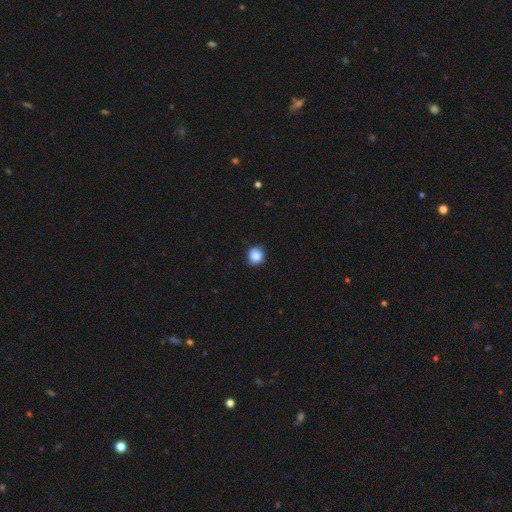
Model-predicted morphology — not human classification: Overall: smooth (85%). How rounded: round (88%). Merging: none (80%).